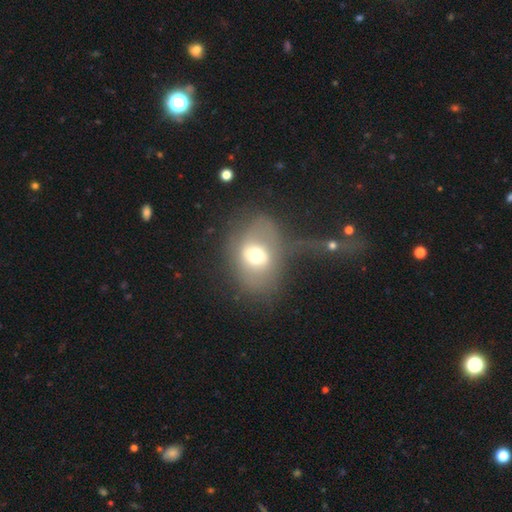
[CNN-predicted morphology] The model was most divided on "merging": major disturbance: 38%, none: 29%, minor disturbance: 19%, merger: 14%. More confident: how rounded — in between (57%); smooth or featured — smooth (57%).